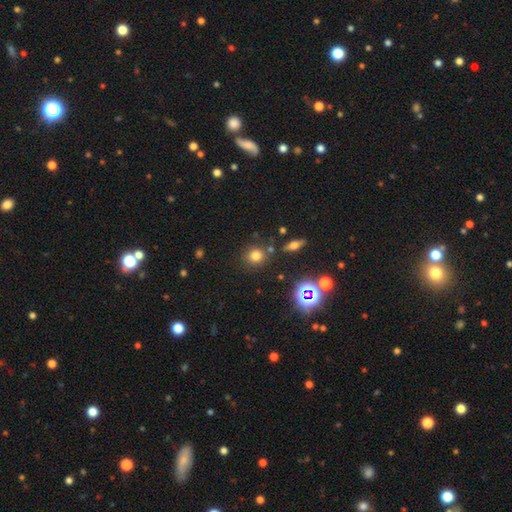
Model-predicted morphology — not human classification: Smooth or featured? smooth (72%)
How rounded? round (86%)
Merging? none (80%)